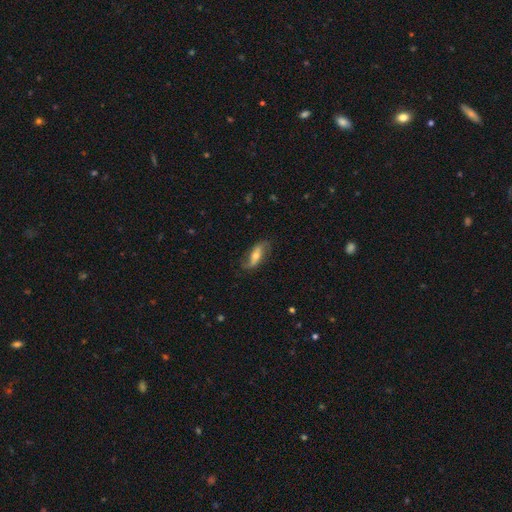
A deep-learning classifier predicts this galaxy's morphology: type=featured or disk (69%); edge-on=no (83%); bar=no (35%); spiral arms=yes (88%); bulge=moderate (58%); merging=none (74%).